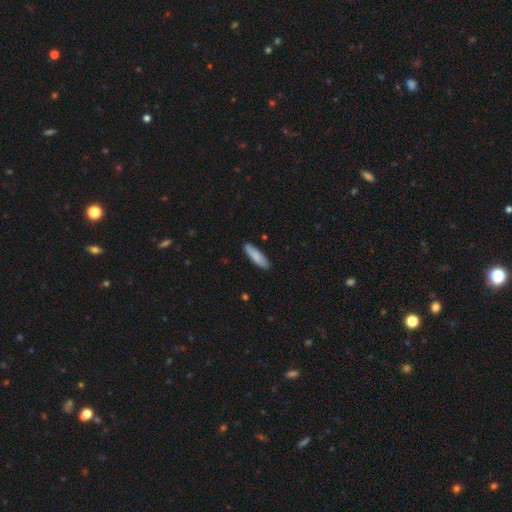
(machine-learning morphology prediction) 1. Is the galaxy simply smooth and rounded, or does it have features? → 84% smooth, 11% featured or disk, 5% star or artifact.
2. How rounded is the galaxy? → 63% cigar-shaped, 35% in between, 1% round.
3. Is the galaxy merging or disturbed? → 88% none, 9% minor disturbance, 2% major disturbance, 1% merger.